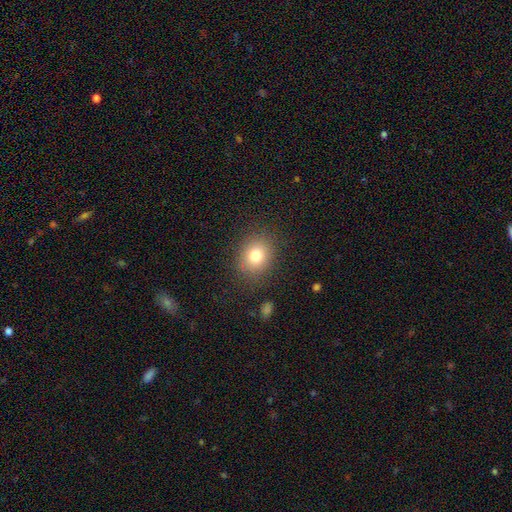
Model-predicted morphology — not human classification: Smooth or featured? smooth (78%)
How rounded? round (61%)
Merging? none (85%)